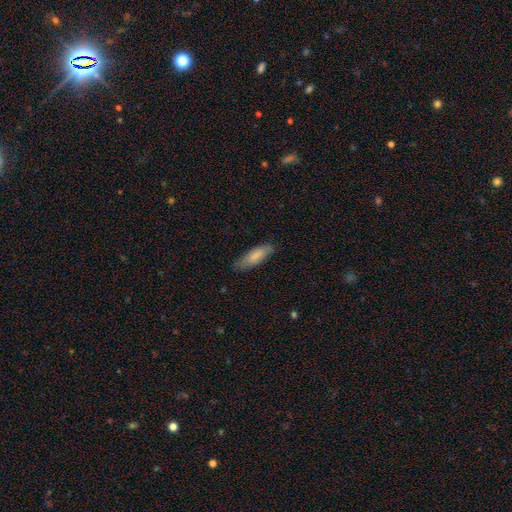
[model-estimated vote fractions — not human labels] Smooth or featured?
  - smooth: 81% *
  - featured or disk: 14%
  - star or artifact: 6%
How rounded?
  - in between: 57% *
  - cigar-shaped: 42%
  - round: 1%
Merging?
  - none: 74% *
  - minor disturbance: 21%
  - major disturbance: 4%
  - merger: 1%